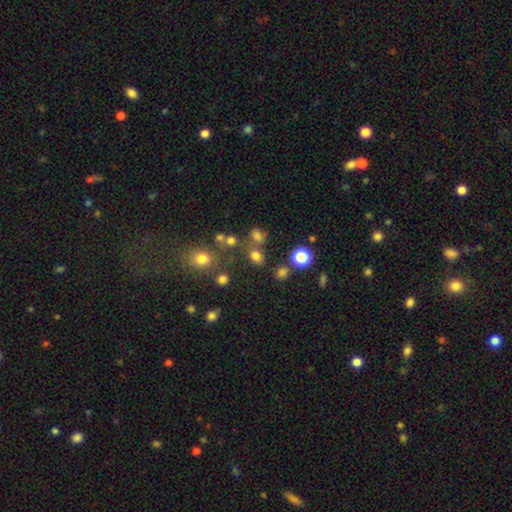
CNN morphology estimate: Q: Smooth or featured?
A: smooth (72%); runner-up: star or artifact (20%)
Q: How rounded?
A: round (61%); runner-up: in between (38%)
Q: Merging?
A: none (67%); runner-up: merger (16%)